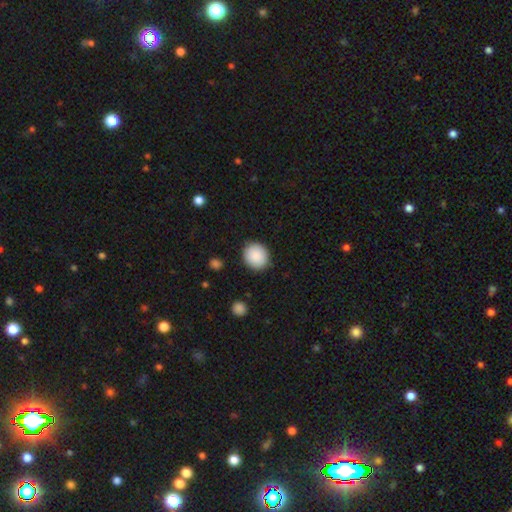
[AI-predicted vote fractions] Smooth or featured: smooth — 89% (star or artifact — 7%)
How rounded: round — 82% (in between — 17%)
Merging: none — 89% (minor disturbance — 8%)